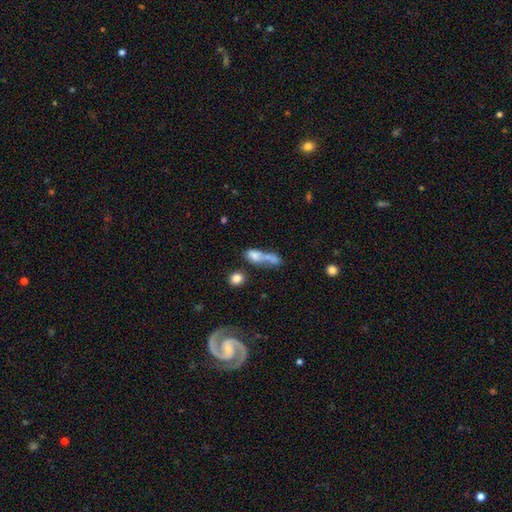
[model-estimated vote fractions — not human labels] Q: Smooth or featured?
A: smooth (55%); runner-up: featured or disk (32%)
Q: How rounded?
A: in between (48%); runner-up: cigar-shaped (28%)
Q: Merging?
A: merger (47%); runner-up: none (25%)